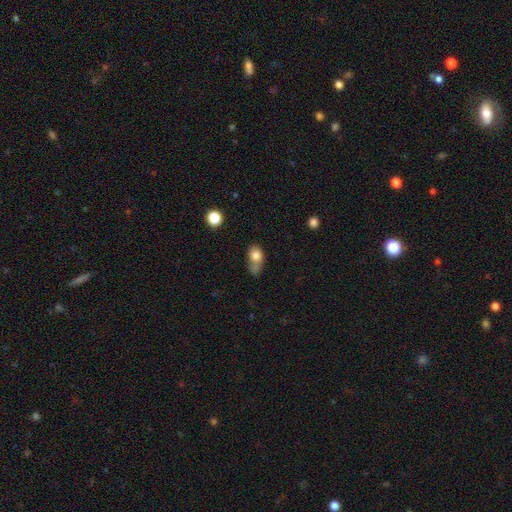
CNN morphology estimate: smooth-or-featured: smooth: 78% | featured or disk: 12% | star or artifact: 10%
  how-rounded: in between: 61% | round: 36% | cigar-shaped: 3%
  merging: none: 30% | merger: 26% | minor disturbance: 25% | major disturbance: 19%